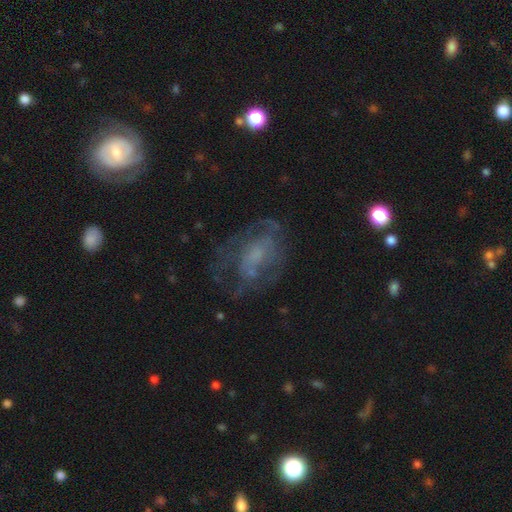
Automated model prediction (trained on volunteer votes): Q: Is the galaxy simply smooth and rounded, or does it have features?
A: featured or disk — 63%.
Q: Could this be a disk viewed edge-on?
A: no — 96%.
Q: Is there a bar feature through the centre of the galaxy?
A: no — 70%.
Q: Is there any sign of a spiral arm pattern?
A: yes — 59%.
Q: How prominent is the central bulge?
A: small — 37%.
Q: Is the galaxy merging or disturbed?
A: none — 55%.